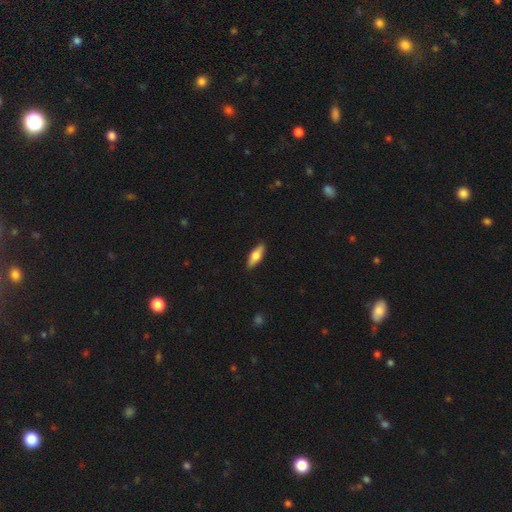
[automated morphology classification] Smooth or featured? Predicted: smooth (p=0.65). How rounded? Predicted: in between (p=0.59). Merging? Predicted: none (p=0.89).